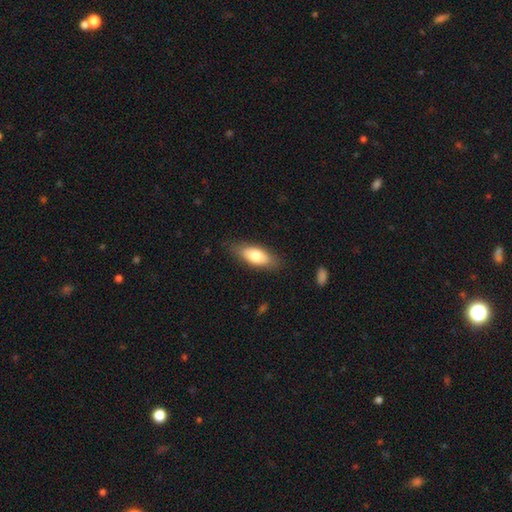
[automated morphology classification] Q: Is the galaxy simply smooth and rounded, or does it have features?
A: smooth — 71%.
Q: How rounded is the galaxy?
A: in between — 79%.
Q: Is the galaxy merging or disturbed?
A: none — 81%.